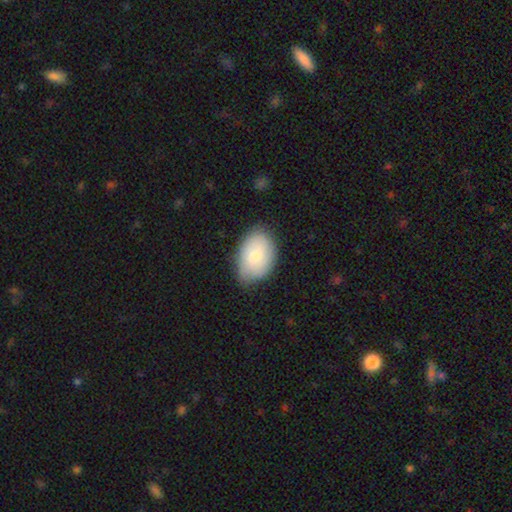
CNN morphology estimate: A smooth galaxy with no disk features (74%) that is in between round and cigar-shaped (84%).

Vote fractions:
- Smooth or featured? smooth: 74% / featured or disk: 19% / star or artifact: 6%
- How rounded? in between: 84% / round: 15% / cigar-shaped: 1%
- Merging? none: 70% / minor disturbance: 24% / major disturbance: 4% / merger: 1%